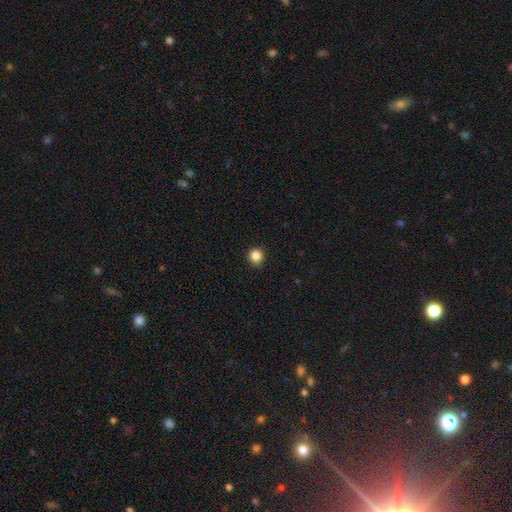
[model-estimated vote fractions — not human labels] Morphology: type=smooth (86%); roundness=round (93%); merging=none (87%).